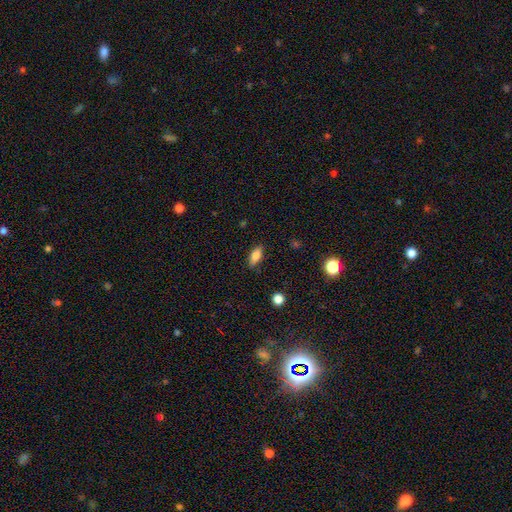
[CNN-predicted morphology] smooth-or-featured: smooth: 79% | featured or disk: 12% | star or artifact: 8%
  how-rounded: in between: 81% | cigar-shaped: 15% | round: 4%
  merging: none: 84% | minor disturbance: 12% | major disturbance: 3% | merger: 1%